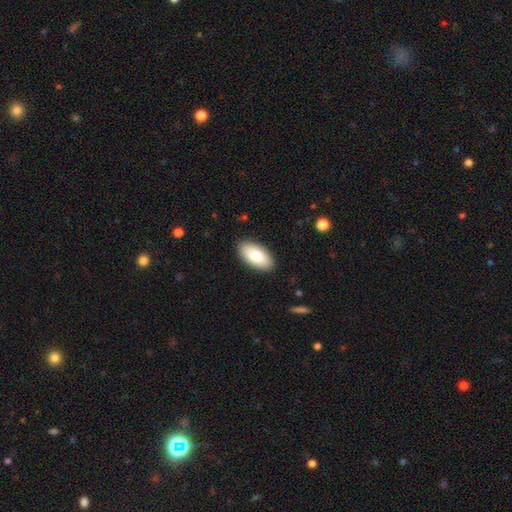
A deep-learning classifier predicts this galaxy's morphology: type=smooth (82%); roundness=in between (94%); merging=none (89%).